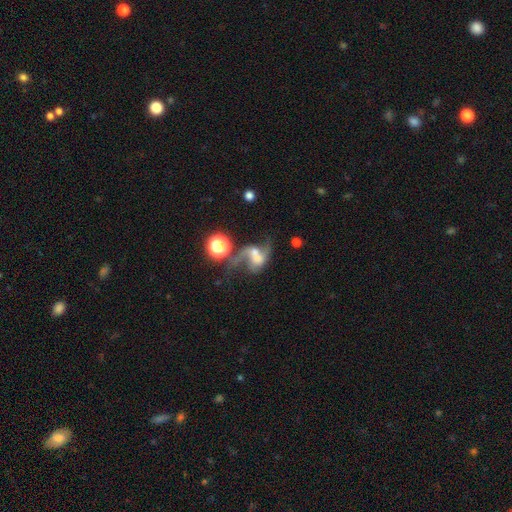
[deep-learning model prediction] smooth-or-featured: featured or disk: 65% | smooth: 21% | star or artifact: 14%
  disk-edge-on: no: 97% | yes: 3%
    bar: no: 48% | weak: 35% | strong: 17%
    has-spiral-arms: yes: 82% | no: 18%
      spiral-winding: loose: 78% | medium: 18% | tight: 4%
      spiral-arm-count: 2: 79% | 1: 13% | can't tell: 5% | 3: 2% | 4: 1% | more than 4: 1%
    bulge-size: none: 30% | moderate: 26% | small: 26% | large: 14% | dominant: 4%
  merging: merger: 34% | major disturbance: 27% | none: 27% | minor disturbance: 13%